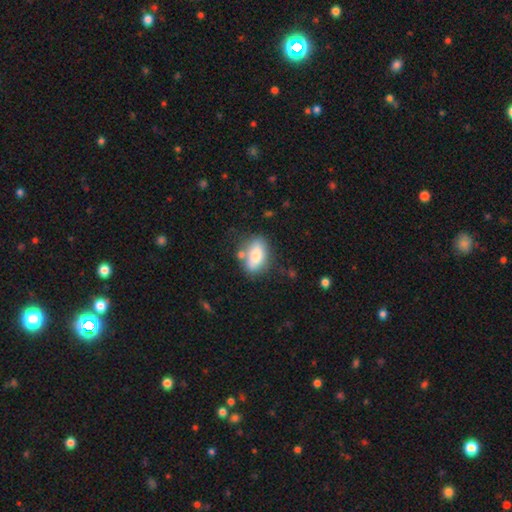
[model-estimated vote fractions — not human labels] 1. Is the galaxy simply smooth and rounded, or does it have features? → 77% smooth, 16% featured or disk, 7% star or artifact.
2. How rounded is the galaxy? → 85% in between, 8% cigar-shaped, 7% round.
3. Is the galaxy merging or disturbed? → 64% none, 19% minor disturbance, 12% merger, 6% major disturbance.